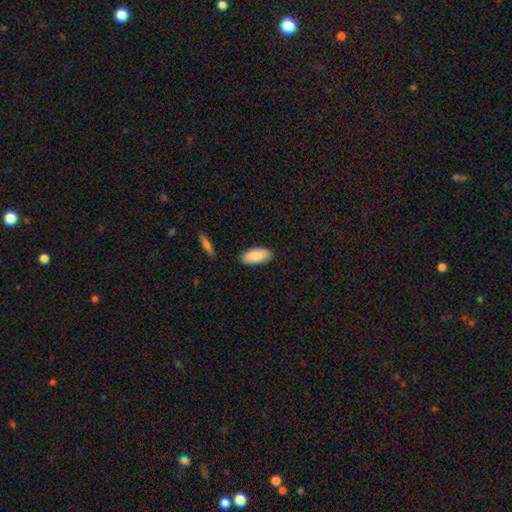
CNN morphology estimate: This appears to be a smooth galaxy with no disk features (87%) that is in between round and cigar-shaped (90%). Merging: none (86%).